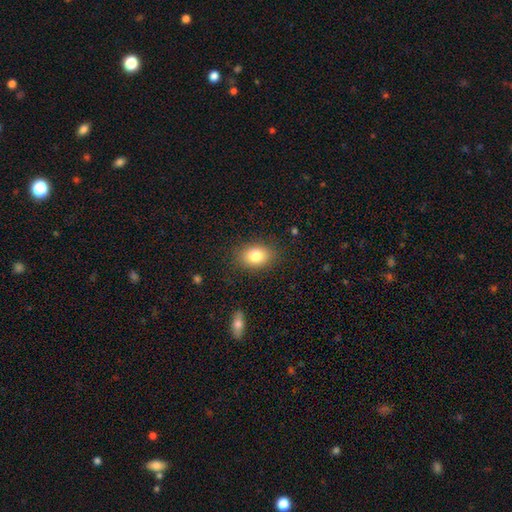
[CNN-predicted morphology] Smooth or featured? smooth (81%)
How rounded? in between (72%)
Merging? none (85%)